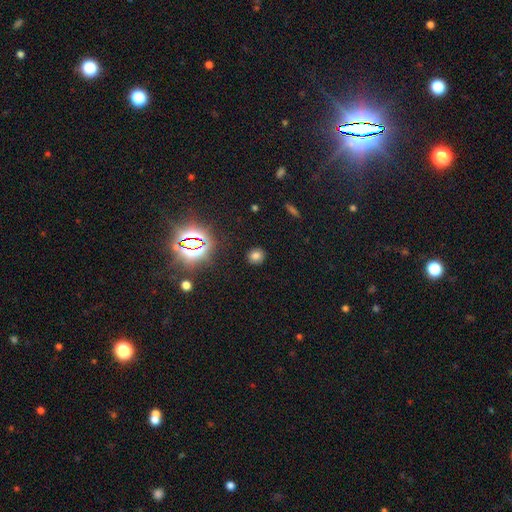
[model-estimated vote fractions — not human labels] A smooth galaxy with no disk features (71%) that is round (80%). Merging: none (89%).